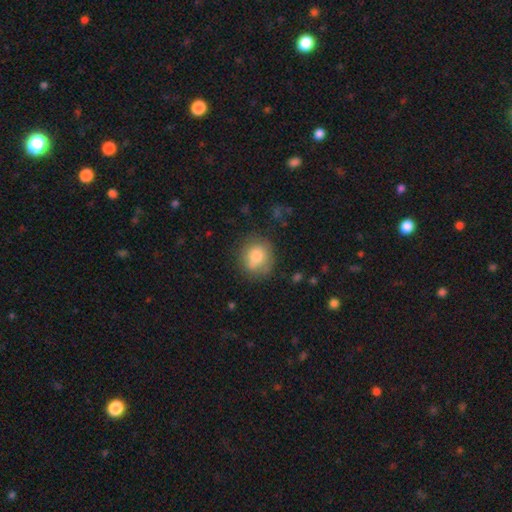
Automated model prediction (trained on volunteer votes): Overall: smooth (78%). How rounded: round (75%). Merging: none (66%).